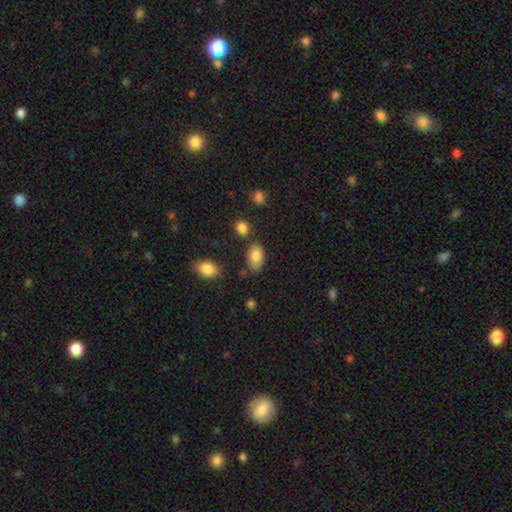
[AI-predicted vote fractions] smooth 81%, featured or disk 12%, star or artifact 7%. Down the decision tree: how rounded — in between (93%); merging — none (73%).